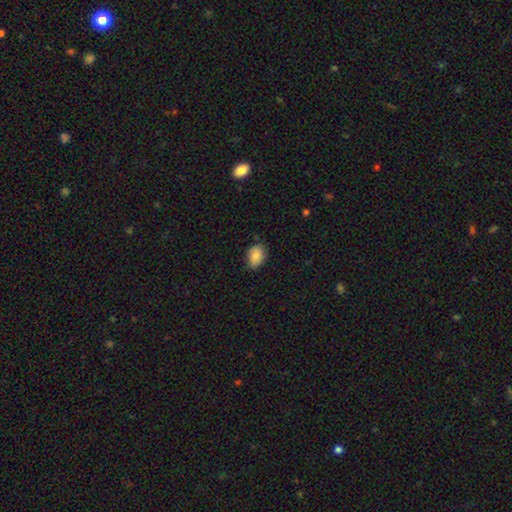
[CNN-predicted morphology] type=smooth (85%); roundness=in between (80%); merging=none (77%).